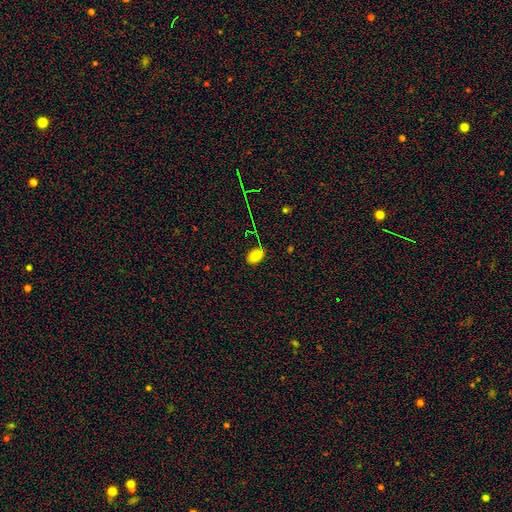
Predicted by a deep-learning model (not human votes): A smooth galaxy with no disk features (80%) that is in between round and cigar-shaped (87%).

Vote fractions:
- Smooth or featured? smooth: 80% / star or artifact: 11% / featured or disk: 8%
- How rounded? in between: 87% / round: 12% / cigar-shaped: 1%
- Merging? none: 85% / minor disturbance: 11% / major disturbance: 2% / merger: 1%